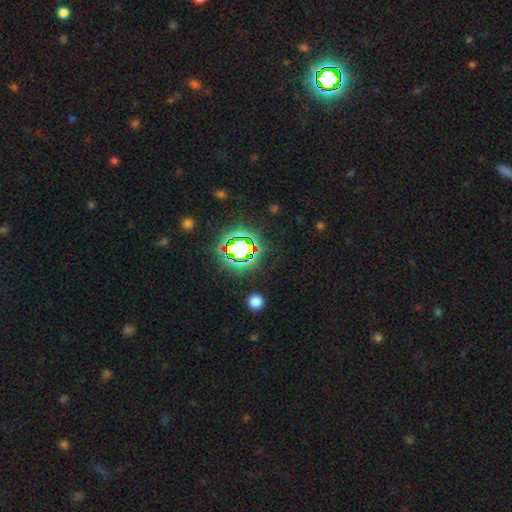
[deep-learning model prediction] Smooth or featured: star or artifact — 77% (smooth — 16%)